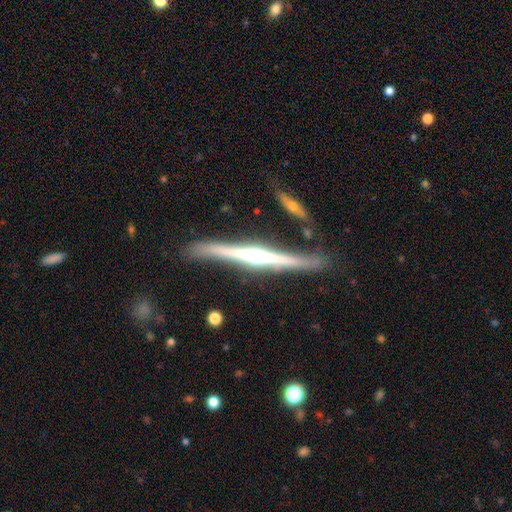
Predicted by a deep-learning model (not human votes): Morphology: type=featured or disk (83%); edge-on=yes (98%); edge-on bulge=rounded (88%); merging=none (84%).